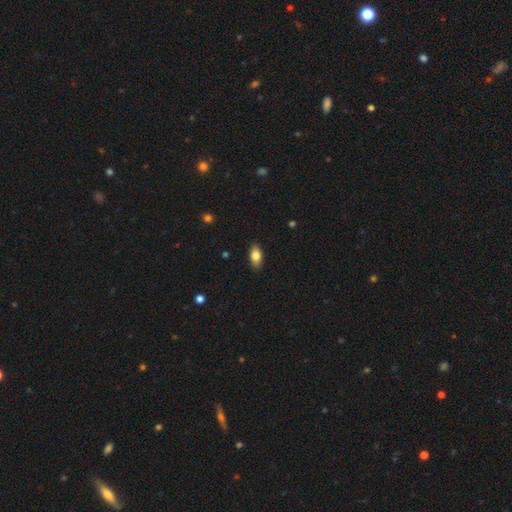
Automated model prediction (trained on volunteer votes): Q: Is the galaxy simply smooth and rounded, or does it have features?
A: smooth — 80%.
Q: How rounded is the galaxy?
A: in between — 90%.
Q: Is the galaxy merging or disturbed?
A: none — 88%.